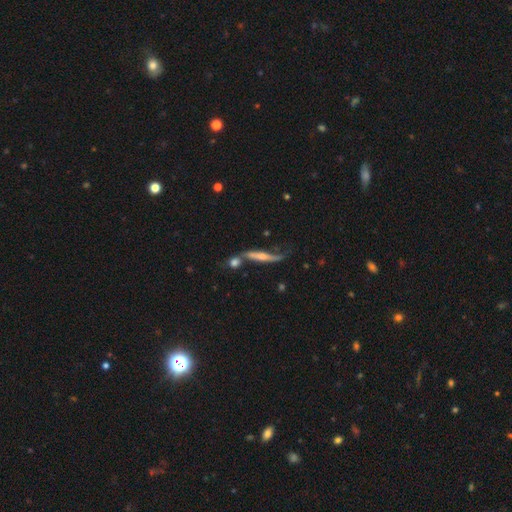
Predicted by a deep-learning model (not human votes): smooth-or-featured: featured or disk: 66% | smooth: 22% | star or artifact: 12%
  disk-edge-on: yes: 81% | no: 19%
    edge-on-bulge: rounded: 74% | none: 17% | boxy: 9%
  merging: none: 54% | minor disturbance: 19% | merger: 18% | major disturbance: 9%